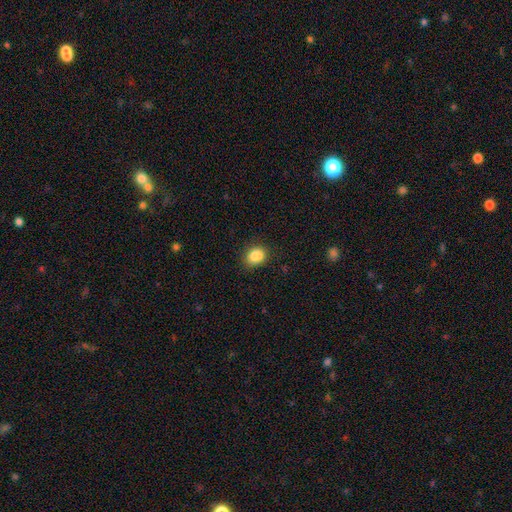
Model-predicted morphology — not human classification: smooth 86%, star or artifact 9%, featured or disk 5%. Down the decision tree: how rounded — in between (54%); merging — none (77%).